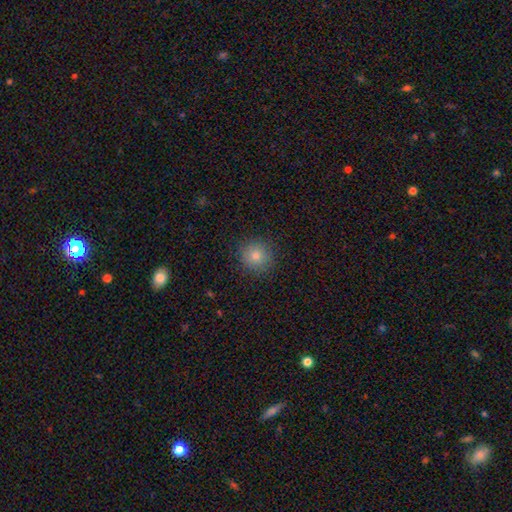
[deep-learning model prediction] Smooth or featured: smooth — 79% (star or artifact — 13%)
How rounded: round — 94% (in between — 5%)
Merging: none — 91% (minor disturbance — 6%)